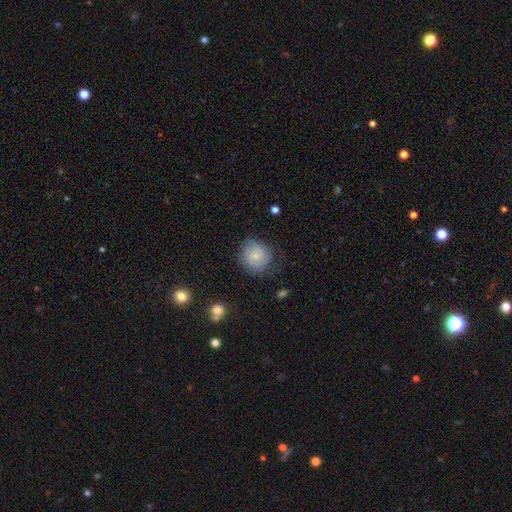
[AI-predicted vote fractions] smooth_or_featured: smooth (p=0.63) [alt: featured or disk p=0.28]
how_rounded: round (p=0.86) [alt: in between p=0.13]
merging: none (p=0.69) [alt: minor disturbance p=0.22]